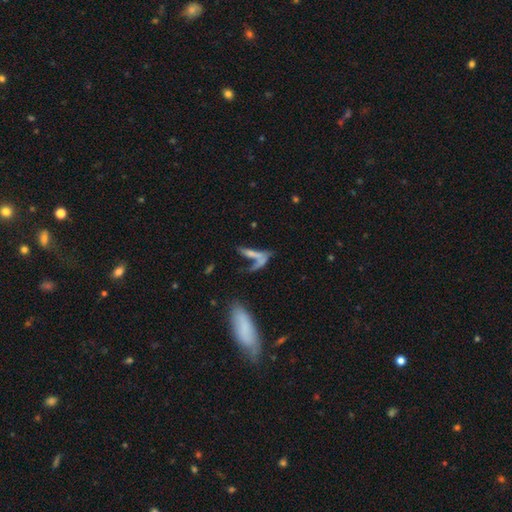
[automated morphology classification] smooth-or-featured: smooth: 54% | featured or disk: 32% | star or artifact: 14%
  how-rounded: cigar-shaped: 62% | in between: 34% | round: 4%
  merging: merger: 51% | none: 28% | major disturbance: 12% | minor disturbance: 10%